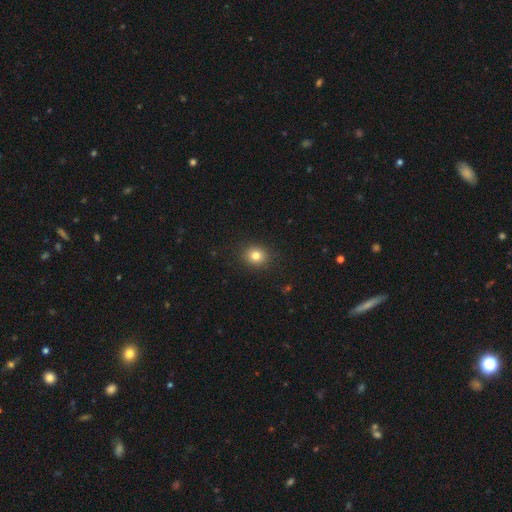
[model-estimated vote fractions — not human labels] A smooth galaxy with no disk features (81%) that is round (74%). Merging: none (90%).